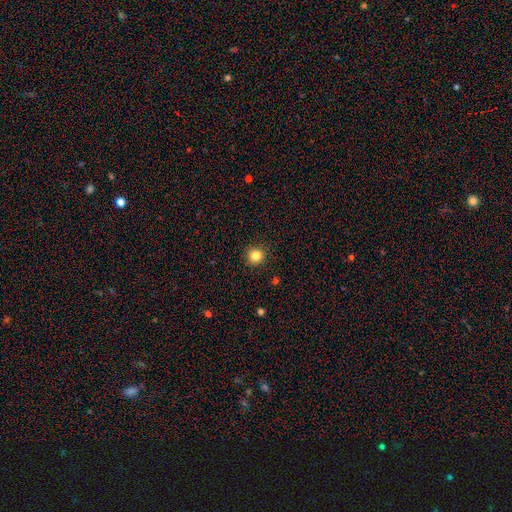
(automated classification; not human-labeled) smooth_or_featured: smooth (p=0.84) [alt: star or artifact p=0.11]
how_rounded: round (p=0.91) [alt: in between p=0.08]
merging: none (p=0.91) [alt: minor disturbance p=0.06]